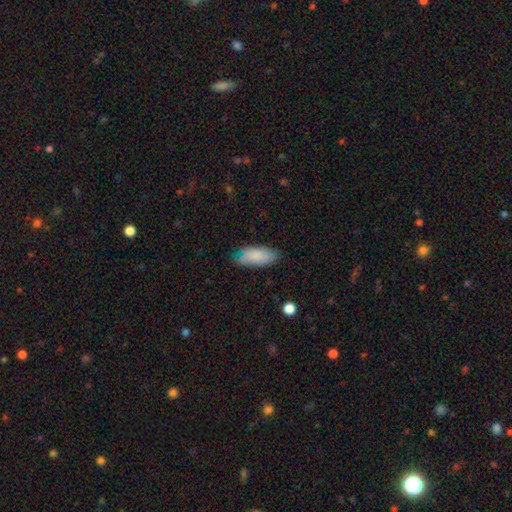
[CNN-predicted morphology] smooth_or_featured: smooth (p=0.84) [alt: featured or disk p=0.10]
how_rounded: in between (p=0.86) [alt: cigar-shaped p=0.12]
merging: none (p=0.76) [alt: minor disturbance p=0.19]